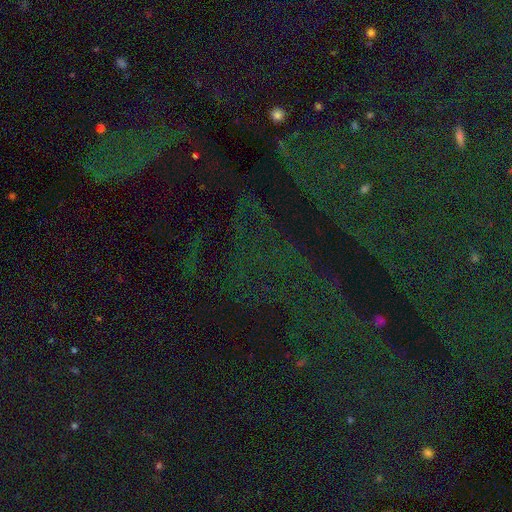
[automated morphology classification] Smooth or featured?
  - star or artifact: 84% *
  - smooth: 9%
  - featured or disk: 7%